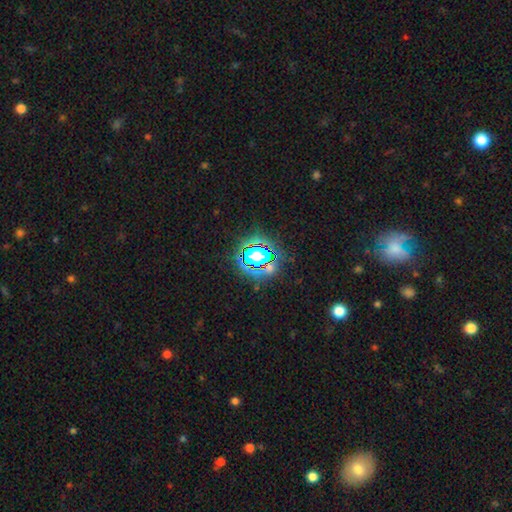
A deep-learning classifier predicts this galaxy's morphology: type=star or artifact (66%).